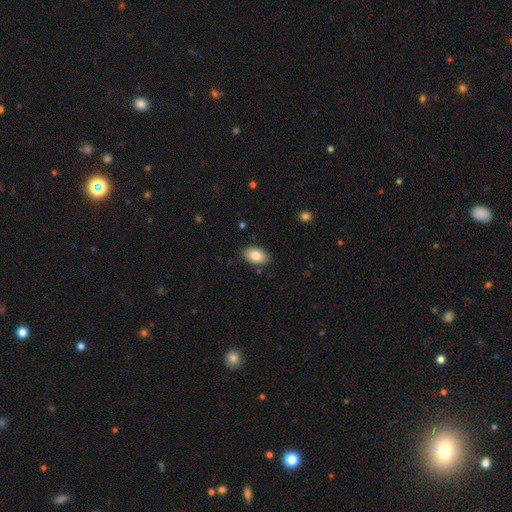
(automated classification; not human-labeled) This is clearly a smooth galaxy (84%). How rounded: clearly in between (92%). Merging: clearly none (86%).